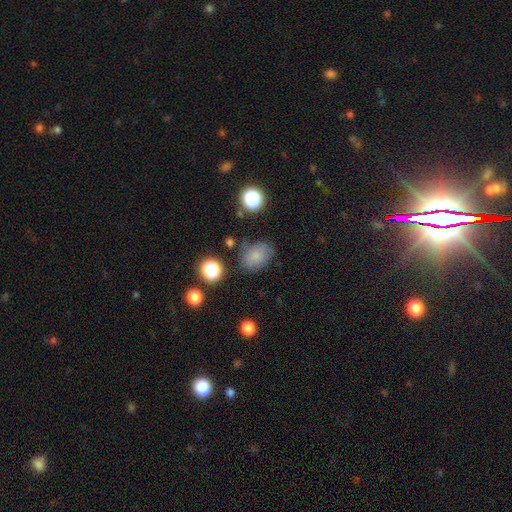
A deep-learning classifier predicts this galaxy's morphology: Smooth or featured? smooth (77%)
How rounded? in between (65%)
Merging? none (65%)